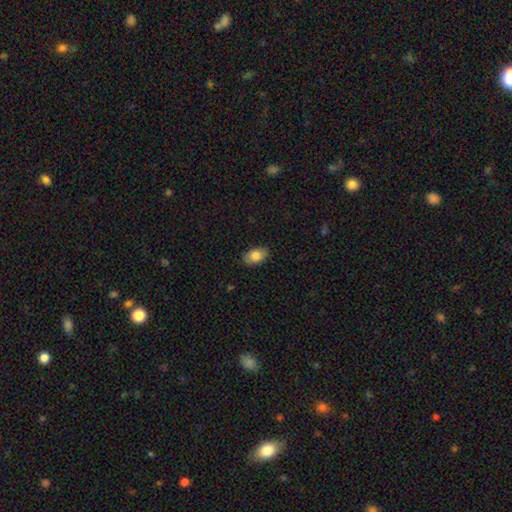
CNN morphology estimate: Q: Smooth or featured?
A: smooth (82%); runner-up: featured or disk (11%)
Q: How rounded?
A: in between (89%); runner-up: round (10%)
Q: Merging?
A: none (87%); runner-up: minor disturbance (10%)